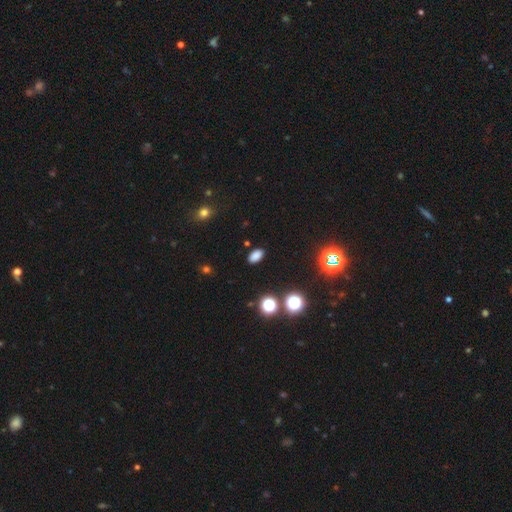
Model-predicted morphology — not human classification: Overall: smooth (78%). How rounded: in between (89%). Merging: none (89%).